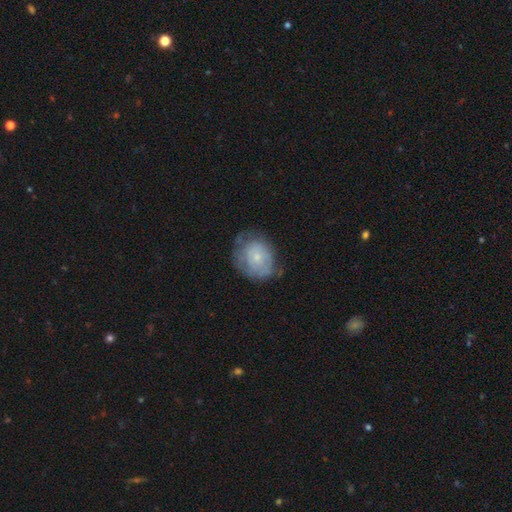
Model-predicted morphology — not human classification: This is possibly a smooth galaxy (47%). Merging: possibly none (59%).